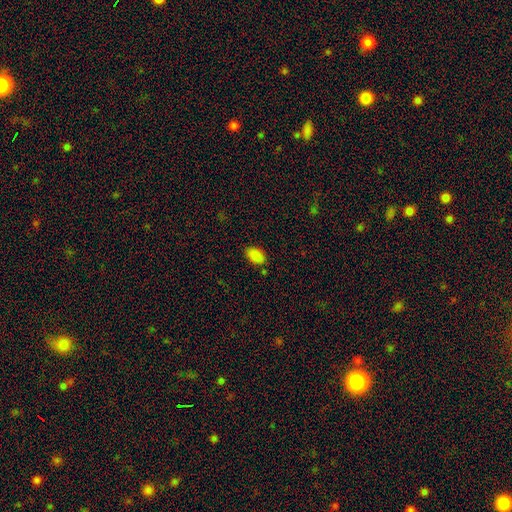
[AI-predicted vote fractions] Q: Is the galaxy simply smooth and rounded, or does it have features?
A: smooth — 87%.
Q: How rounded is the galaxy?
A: in between — 91%.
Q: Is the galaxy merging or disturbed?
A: none — 82%.